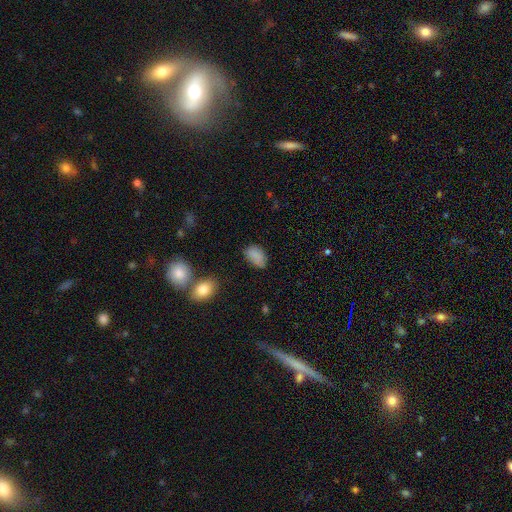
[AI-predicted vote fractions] Smooth or featured: smooth — 85% (star or artifact — 9%)
How rounded: in between — 90% (round — 9%)
Merging: none — 72% (minor disturbance — 21%)